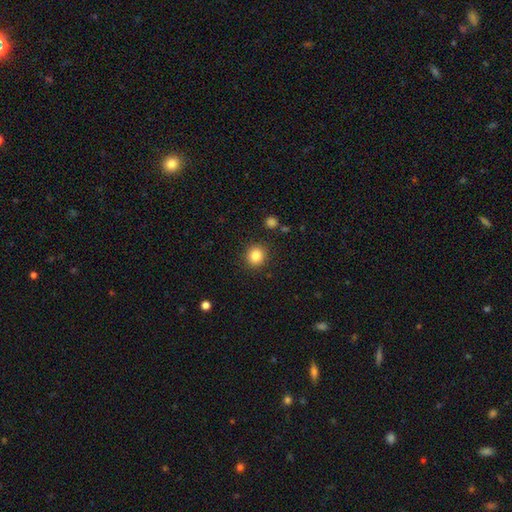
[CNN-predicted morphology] Smooth or featured? Predicted: smooth (p=0.85). How rounded? Predicted: round (p=0.88). Merging? Predicted: none (p=0.89).